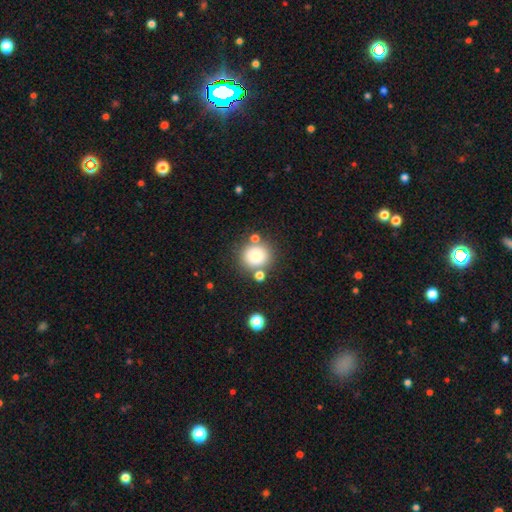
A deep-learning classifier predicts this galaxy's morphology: smooth_or_featured: smooth (p=0.78) [alt: star or artifact p=0.12]
how_rounded: round (p=0.89) [alt: in between p=0.11]
merging: none (p=0.75) [alt: merger p=0.12]